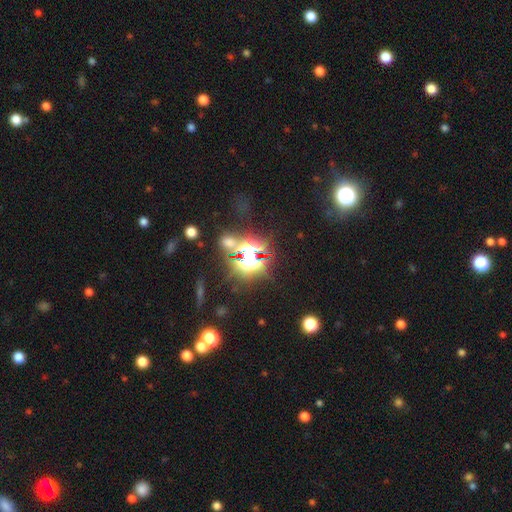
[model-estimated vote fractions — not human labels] This appears to be a star or artifact, not a galaxy (73%).